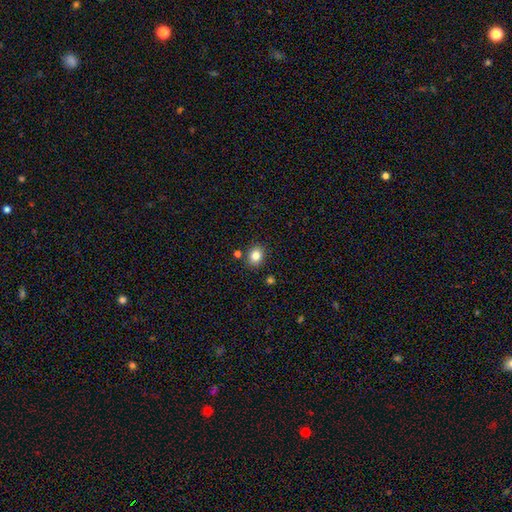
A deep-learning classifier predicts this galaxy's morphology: smooth-or-featured: smooth: 83% | star or artifact: 11% | featured or disk: 6%
  how-rounded: round: 62% | in between: 37% | cigar-shaped: 1%
  merging: none: 86% | minor disturbance: 8% | merger: 4% | major disturbance: 2%